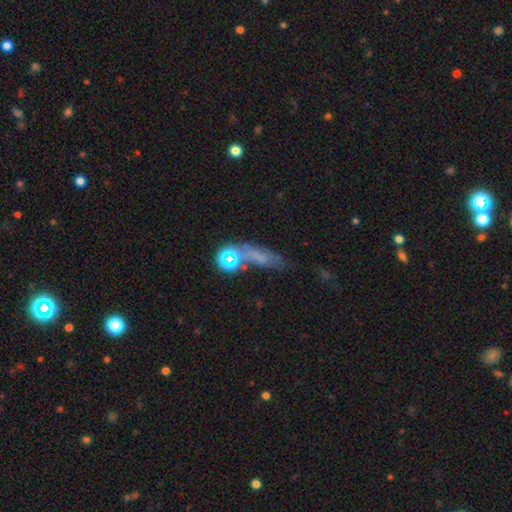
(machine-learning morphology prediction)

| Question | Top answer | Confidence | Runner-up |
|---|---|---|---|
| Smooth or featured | smooth | 46% | star or artifact (28%) |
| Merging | none | 43% | merger (20%) |